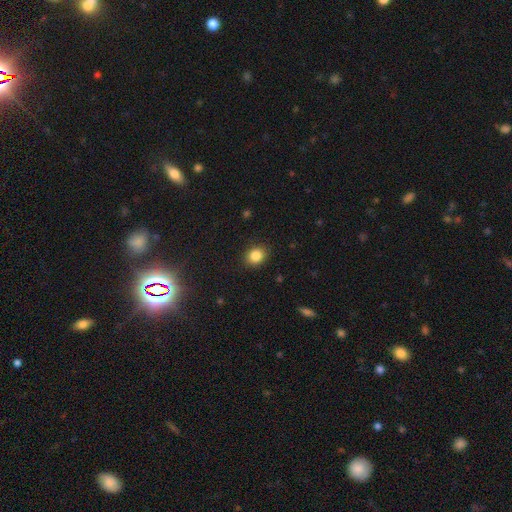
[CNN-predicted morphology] smooth-or-featured: smooth: 85% | star or artifact: 10% | featured or disk: 5%
  how-rounded: round: 62% | in between: 37% | cigar-shaped: 1%
  merging: none: 88% | minor disturbance: 9% | major disturbance: 2% | merger: 1%